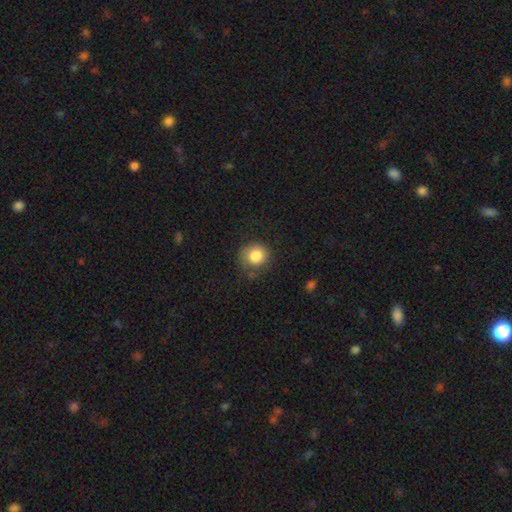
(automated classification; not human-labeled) Smooth or featured? smooth (84%)
How rounded? round (89%)
Merging? none (68%)